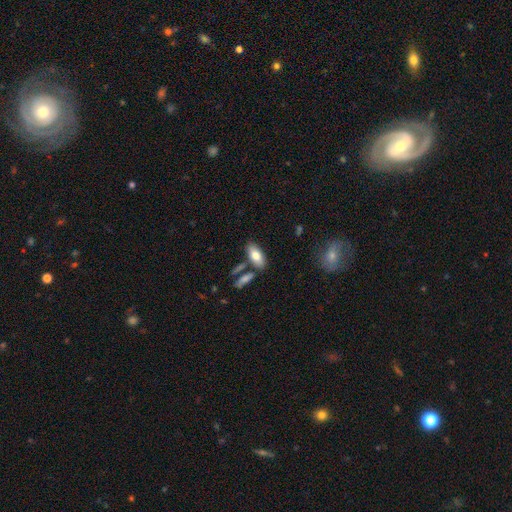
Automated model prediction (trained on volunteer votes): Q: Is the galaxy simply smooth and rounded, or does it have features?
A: smooth — 77%.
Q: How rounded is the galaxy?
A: in between — 87%.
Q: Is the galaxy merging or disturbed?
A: none — 71%.